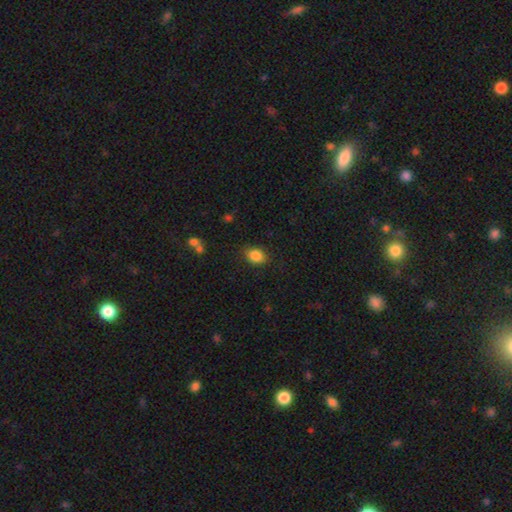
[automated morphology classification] smooth 86%, star or artifact 9%, featured or disk 5%. Down the decision tree: how rounded — in between (58%); merging — none (85%).